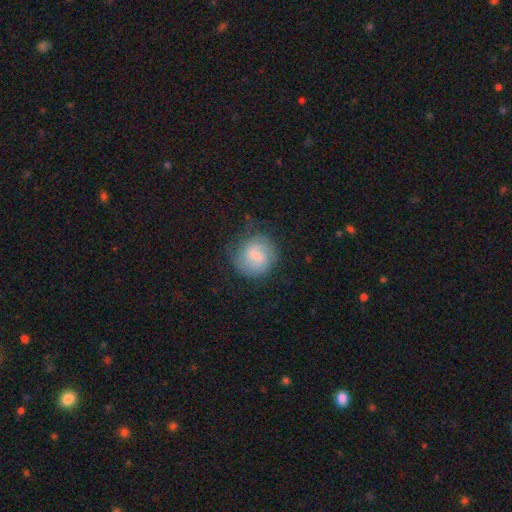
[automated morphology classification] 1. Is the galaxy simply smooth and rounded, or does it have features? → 55% smooth, 37% featured or disk, 8% star or artifact.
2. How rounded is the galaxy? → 90% round, 9% in between, 1% cigar-shaped.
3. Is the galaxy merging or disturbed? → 67% none, 21% minor disturbance, 11% major disturbance, 2% merger.